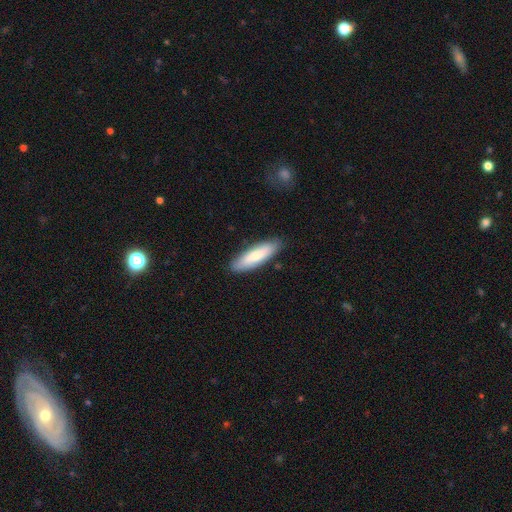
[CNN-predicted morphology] smooth-or-featured: smooth: 76% | featured or disk: 19% | star or artifact: 5%
  how-rounded: cigar-shaped: 56% | in between: 42% | round: 2%
  merging: none: 86% | minor disturbance: 10% | major disturbance: 2% | merger: 1%